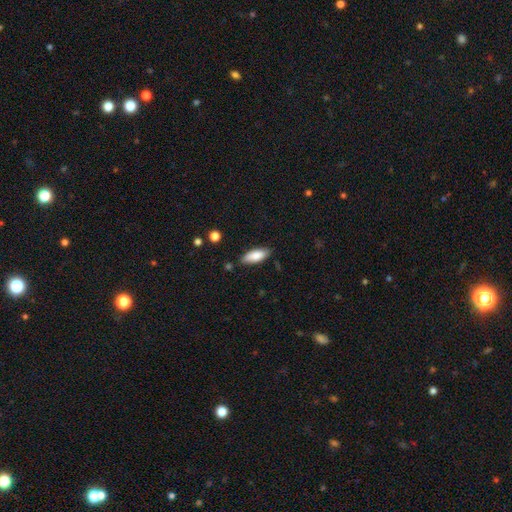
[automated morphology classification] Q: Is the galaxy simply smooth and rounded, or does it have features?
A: smooth — 84%.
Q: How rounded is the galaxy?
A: in between — 78%.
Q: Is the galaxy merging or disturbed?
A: none — 81%.